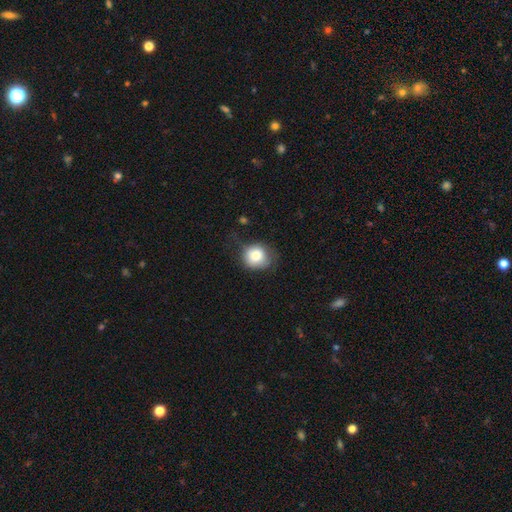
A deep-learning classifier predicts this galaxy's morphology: smooth_or_featured: smooth (p=0.81) [alt: featured or disk p=0.11]
how_rounded: round (p=0.82) [alt: in between p=0.17]
merging: none (p=0.55) [alt: minor disturbance p=0.31]